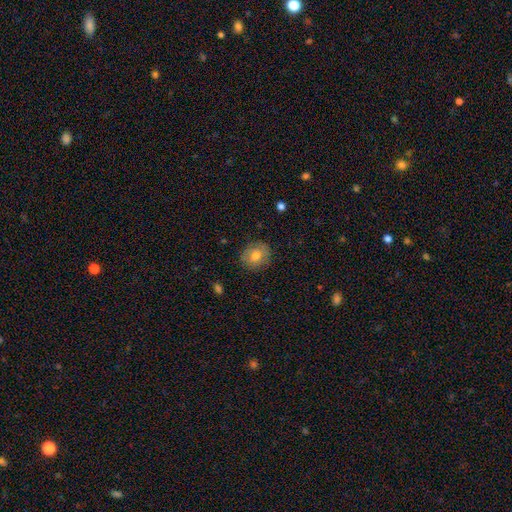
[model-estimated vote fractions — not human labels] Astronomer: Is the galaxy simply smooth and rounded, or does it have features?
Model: smooth — 69%.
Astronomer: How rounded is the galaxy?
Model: round — 74%.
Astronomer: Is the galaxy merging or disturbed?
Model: none — 84%.